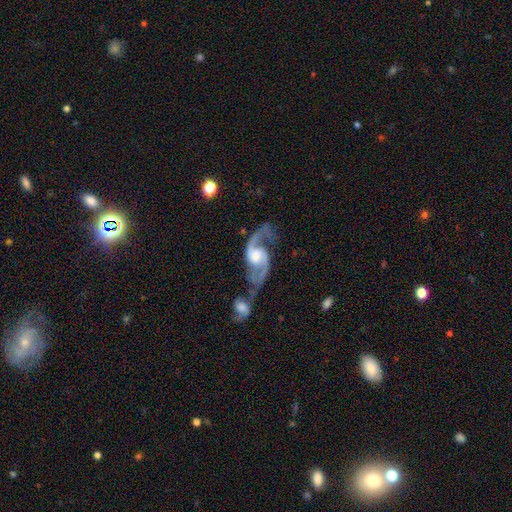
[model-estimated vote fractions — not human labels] A featured or disk galaxy (92%) with no bar (45%), 2 (92%) loose (51%) spiral arms (97%) and a moderate central bulge (47%). Merging: none (42%).